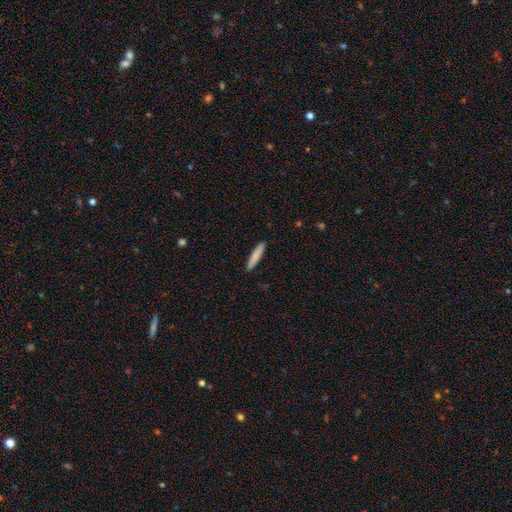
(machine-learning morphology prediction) type=smooth (84%); roundness=cigar-shaped (92%); merging=none (92%).